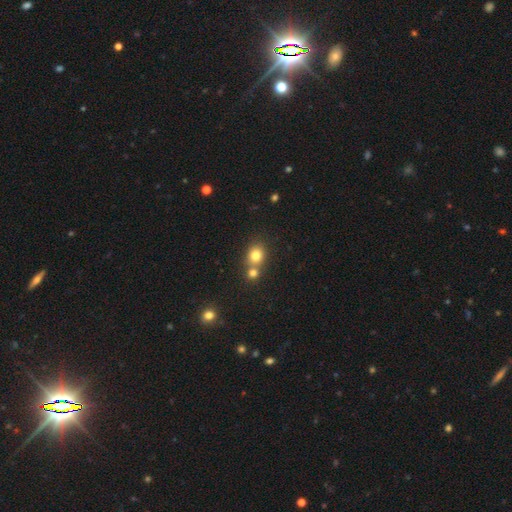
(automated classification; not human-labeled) Smooth or featured?
  - smooth: 79% *
  - star or artifact: 13%
  - featured or disk: 9%
How rounded?
  - round: 70% *
  - in between: 29%
  - cigar-shaped: 1%
Merging?
  - none: 50% *
  - merger: 40%
  - minor disturbance: 8%
  - major disturbance: 3%